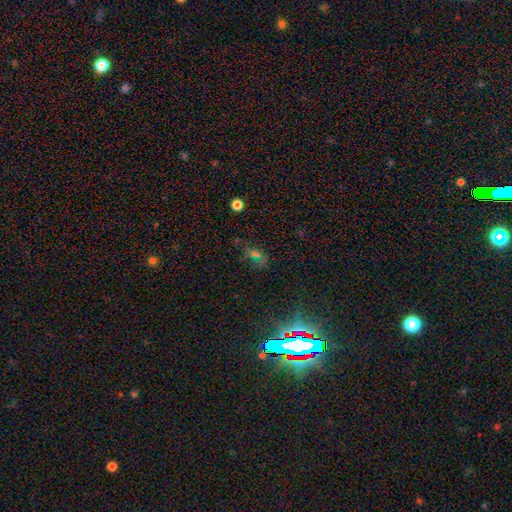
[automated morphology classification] Smooth or featured: star or artifact — 43% (smooth — 37%)